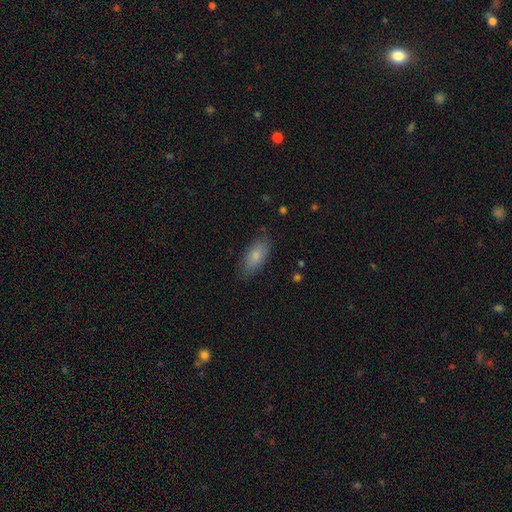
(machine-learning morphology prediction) Overall: smooth (80%). How rounded: in between (86%). Merging: none (81%).